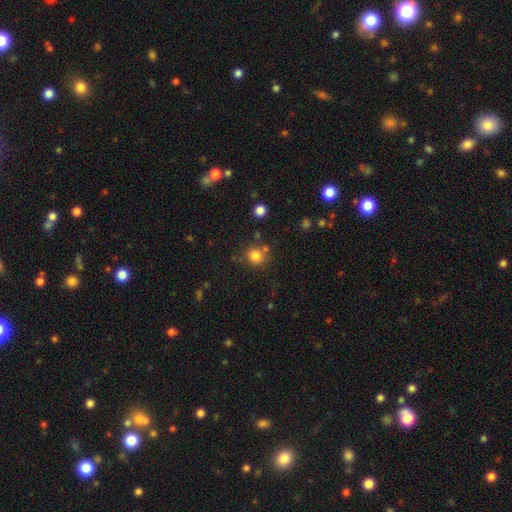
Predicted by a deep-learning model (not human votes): Smooth or featured: smooth — 81% (star or artifact — 13%)
How rounded: round — 90% (in between — 9%)
Merging: none — 74% (merger — 12%)